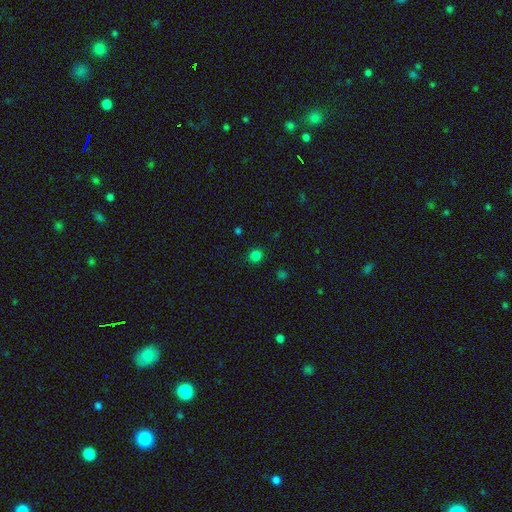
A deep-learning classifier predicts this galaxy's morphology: Smooth or featured? smooth (80%)
How rounded? round (87%)
Merging? none (89%)